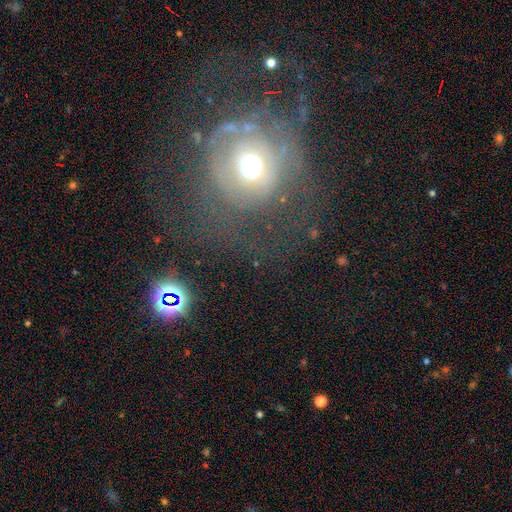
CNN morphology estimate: The model was most divided on "smooth or featured": featured or disk: 44%, smooth: 31%, star or artifact: 25%. More confident: merging — none (52%).